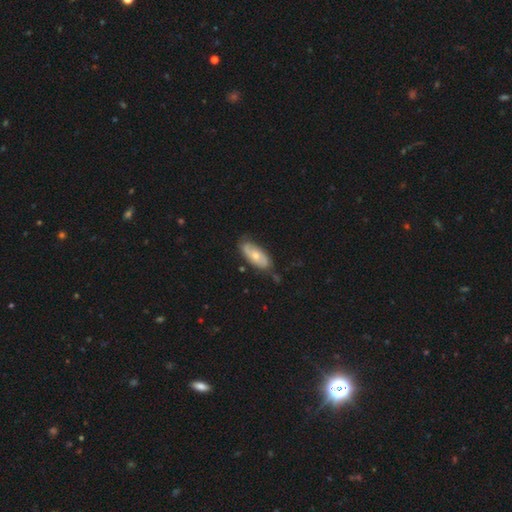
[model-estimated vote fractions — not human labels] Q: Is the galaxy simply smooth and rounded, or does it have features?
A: featured or disk — 51%.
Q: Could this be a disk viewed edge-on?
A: no — 87%.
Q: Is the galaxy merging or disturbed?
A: none — 72%.